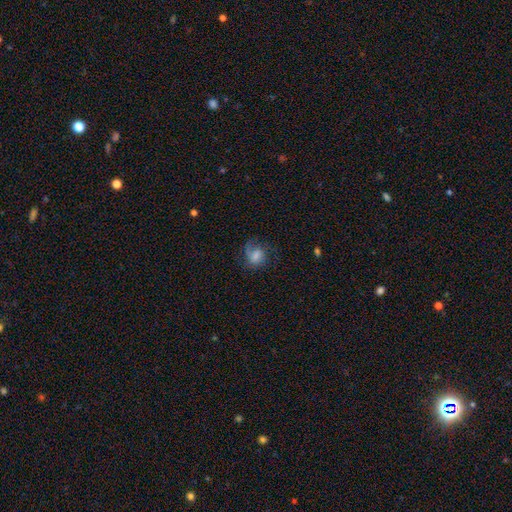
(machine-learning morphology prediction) The model was most divided on "how rounded": in between: 54%, round: 45%, cigar-shaped: 2%. Remaining: smooth or featured — smooth (56%); merging — none (48%).